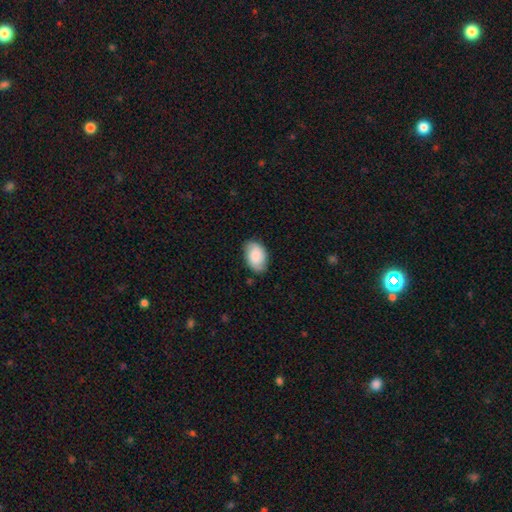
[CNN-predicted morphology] smooth-or-featured: smooth: 80% | featured or disk: 13% | star or artifact: 6%
  how-rounded: in between: 91% | round: 8% | cigar-shaped: 1%
  merging: none: 79% | minor disturbance: 17% | major disturbance: 3% | merger: 1%